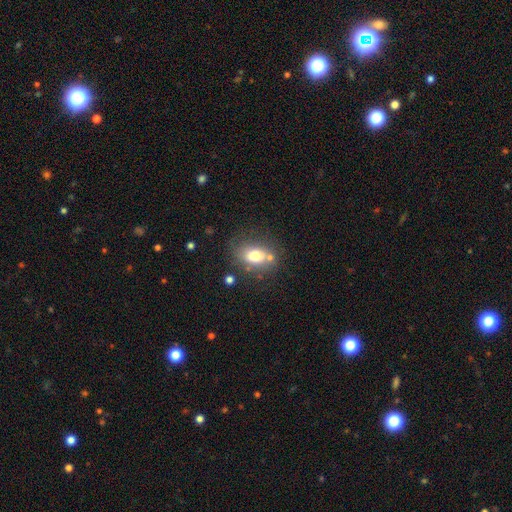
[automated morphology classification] smooth 74%, featured or disk 16%, star or artifact 10%. Down the decision tree: how rounded — in between (74%); merging — none (59%).